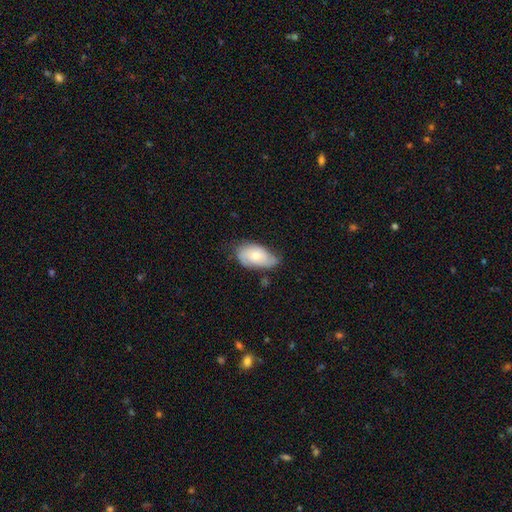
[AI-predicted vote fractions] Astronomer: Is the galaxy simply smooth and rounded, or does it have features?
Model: smooth — 59% (runner-up: featured or disk, 35%).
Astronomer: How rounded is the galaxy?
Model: in between — 92%.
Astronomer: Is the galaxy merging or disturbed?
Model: none — 46% (runner-up: minor disturbance, 40%).